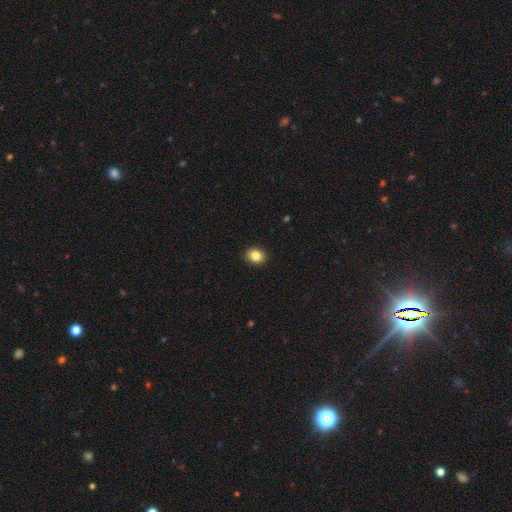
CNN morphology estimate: Smooth or featured?
  - smooth: 85% *
  - star or artifact: 9%
  - featured or disk: 5%
How rounded?
  - in between: 50% *
  - round: 49%
  - cigar-shaped: 1%
Merging?
  - none: 89% *
  - minor disturbance: 8%
  - major disturbance: 2%
  - merger: 1%